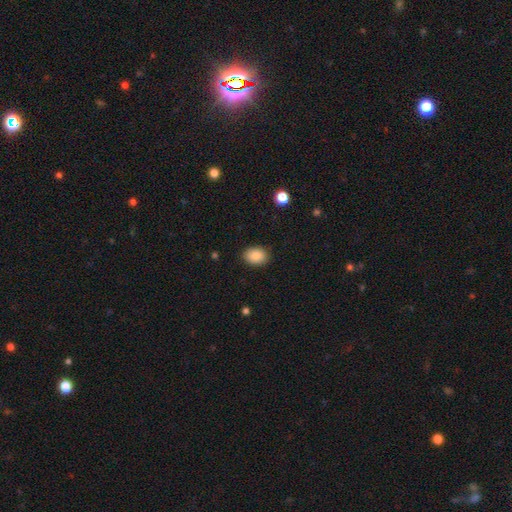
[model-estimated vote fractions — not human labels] Smooth or featured: smooth — 88% (star or artifact — 8%)
How rounded: in between — 71% (round — 28%)
Merging: none — 87% (minor disturbance — 9%)